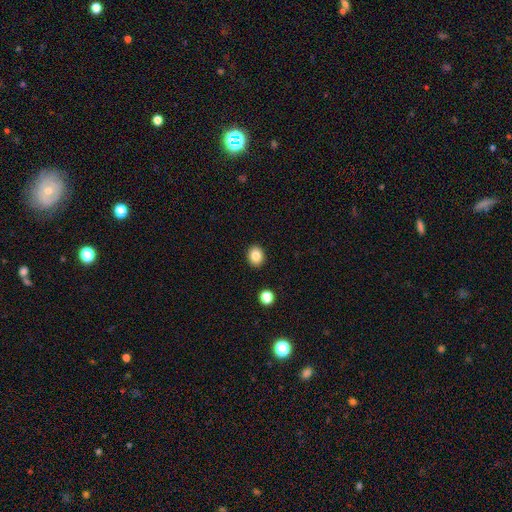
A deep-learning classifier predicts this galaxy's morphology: Smooth or featured?
  - smooth: 84% *
  - star or artifact: 10%
  - featured or disk: 6%
How rounded?
  - round: 62% *
  - in between: 37%
  - cigar-shaped: 1%
Merging?
  - none: 90% *
  - minor disturbance: 6%
  - major disturbance: 2%
  - merger: 2%